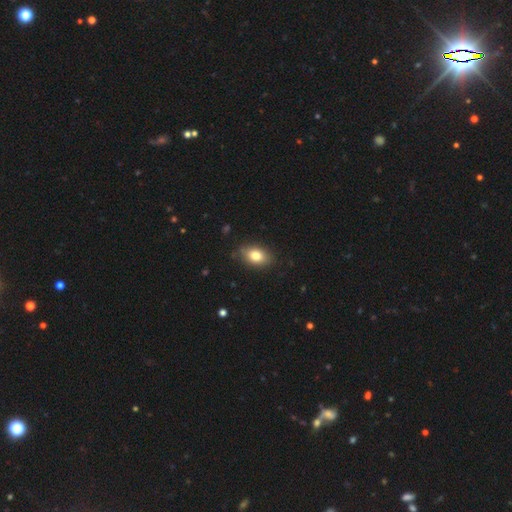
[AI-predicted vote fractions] Q: Smooth or featured?
A: smooth (80%); runner-up: featured or disk (12%)
Q: How rounded?
A: in between (84%); runner-up: round (15%)
Q: Merging?
A: none (84%); runner-up: minor disturbance (12%)